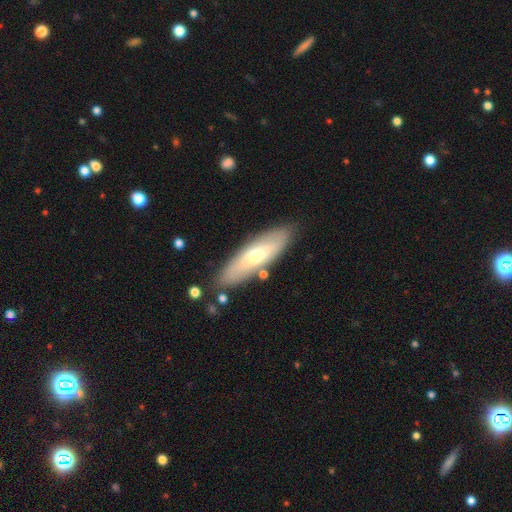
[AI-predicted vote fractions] Smooth or featured: smooth — 53% (featured or disk — 41%)
How rounded: cigar-shaped — 54% (in between — 44%)
Merging: none — 82% (minor disturbance — 12%)